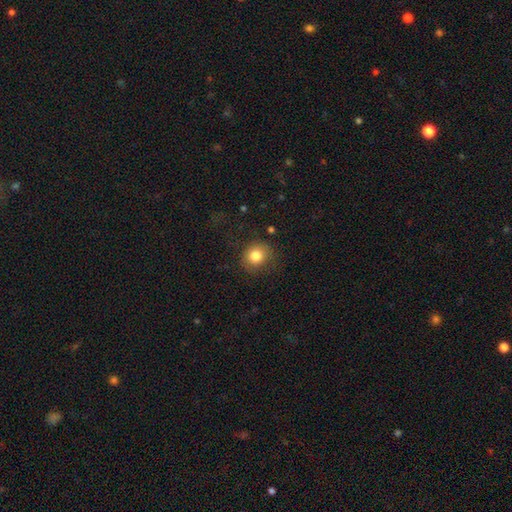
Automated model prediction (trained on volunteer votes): smooth-or-featured: smooth: 83% | star or artifact: 10% | featured or disk: 7%
  how-rounded: round: 80% | in between: 19% | cigar-shaped: 1%
  merging: none: 76% | minor disturbance: 15% | major disturbance: 7% | merger: 1%